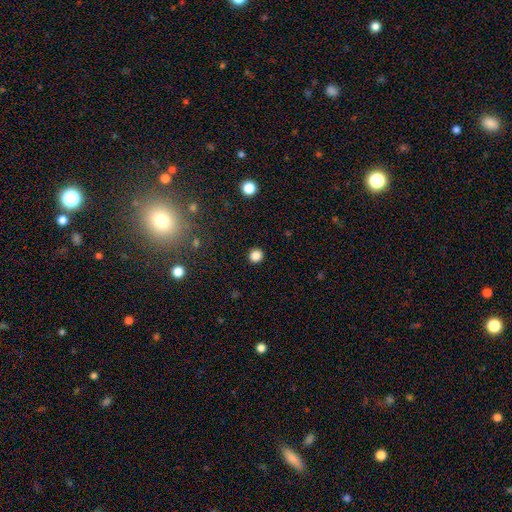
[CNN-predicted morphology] This is clearly a smooth galaxy (85%). How rounded: clearly round (91%). Merging: clearly none (92%).